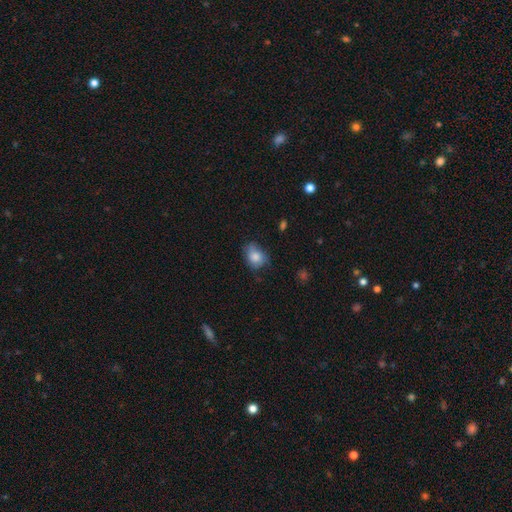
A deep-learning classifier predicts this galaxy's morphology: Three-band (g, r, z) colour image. It shows a smooth galaxy with no disk features (77%) that is in between round and cigar-shaped (59%). Merging: none (55%).